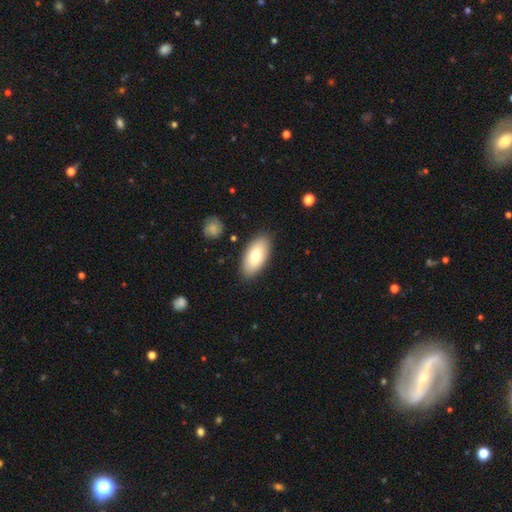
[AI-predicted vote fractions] Overall: smooth (73%). How rounded: in between (92%). Merging: none (87%).